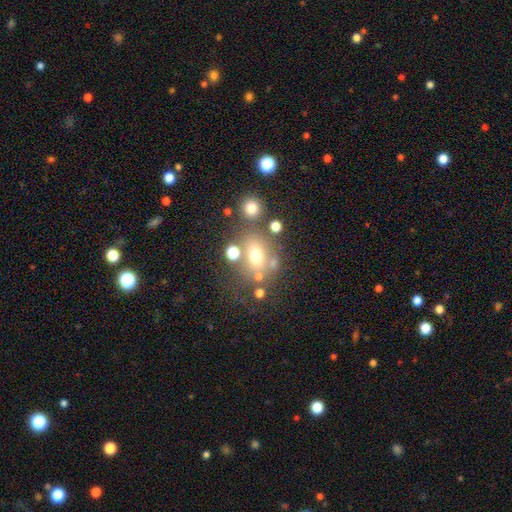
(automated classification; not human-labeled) smooth 61%, star or artifact 20%, featured or disk 19%. Down the decision tree: how rounded — round (51%); merging — none (60%).